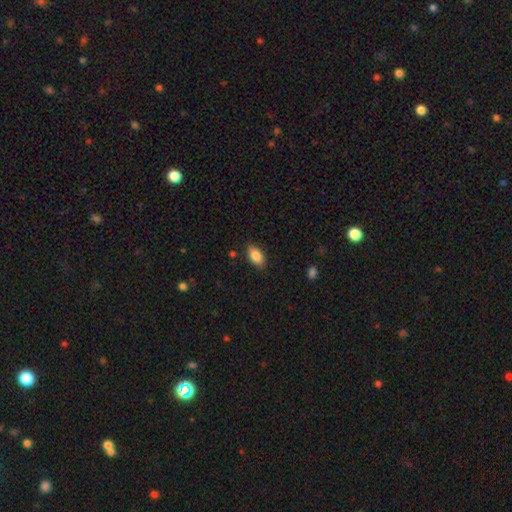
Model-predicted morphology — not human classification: A smooth galaxy with no disk features (86%) that is in between round and cigar-shaped (91%).

Vote fractions:
- Smooth or featured? smooth: 86% / featured or disk: 7% / star or artifact: 7%
- How rounded? in between: 91% / round: 5% / cigar-shaped: 5%
- Merging? none: 83% / minor disturbance: 13% / major disturbance: 3% / merger: 1%